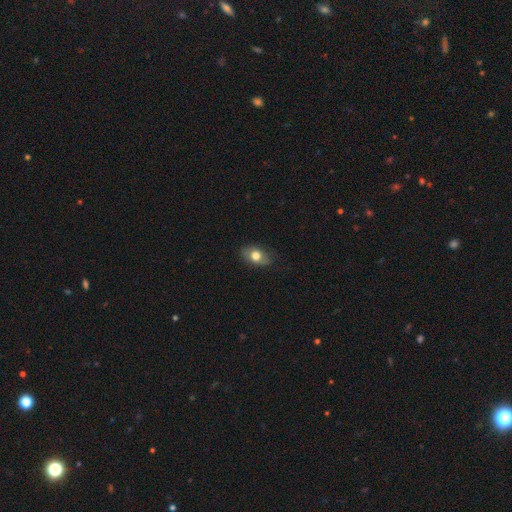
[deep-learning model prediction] A smooth galaxy with no disk features (71%) that is in between round and cigar-shaped (81%). Merging: none (78%).